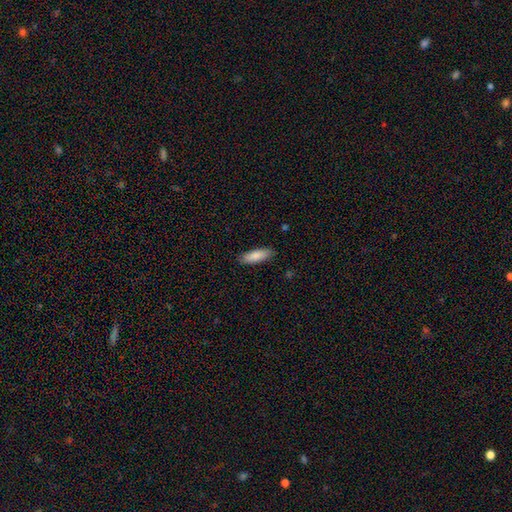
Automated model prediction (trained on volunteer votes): A smooth galaxy with no disk features (86%) that is in between round and cigar-shaped (56%). Merging: none (87%).